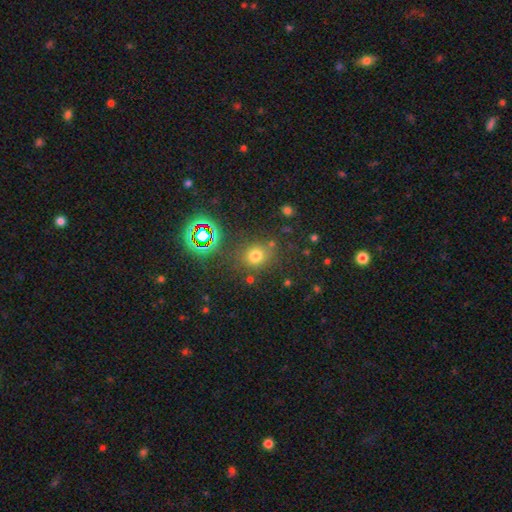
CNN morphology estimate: Smooth or featured?
  - smooth: 66% *
  - star or artifact: 25%
  - featured or disk: 9%
How rounded?
  - round: 75% *
  - in between: 23%
  - cigar-shaped: 1%
Merging?
  - none: 75% *
  - minor disturbance: 12%
  - merger: 7%
  - major disturbance: 5%